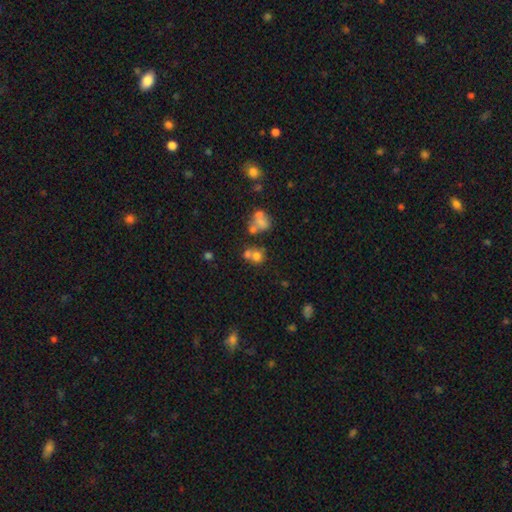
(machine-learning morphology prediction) The model was most divided on "merging": merger: 47%, none: 39%, minor disturbance: 9%, major disturbance: 6%. More confident: how rounded — round (76%); smooth or featured — smooth (63%).